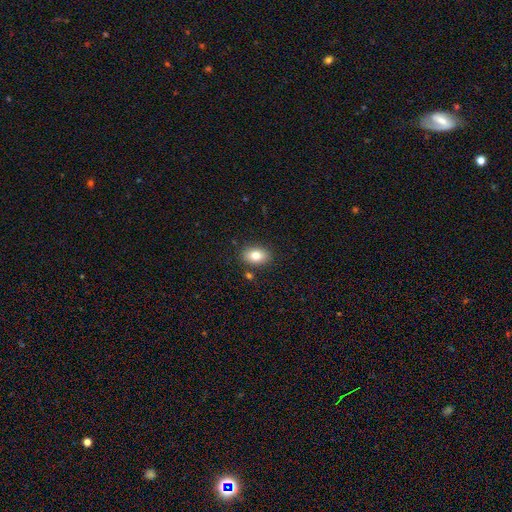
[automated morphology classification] The model was most divided on "how rounded": in between: 79%, round: 20%, cigar-shaped: 1%. More confident: merging — none (84%); smooth or featured — smooth (81%).